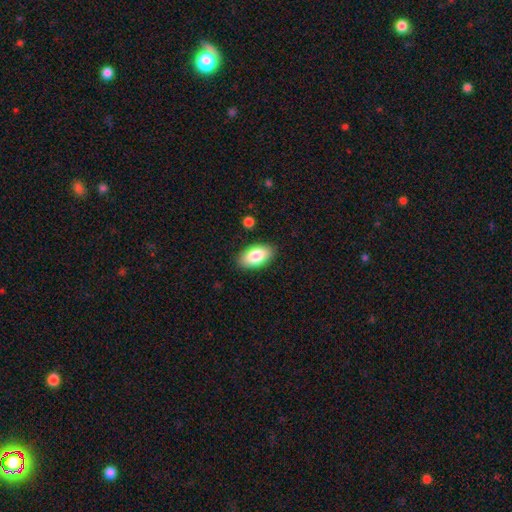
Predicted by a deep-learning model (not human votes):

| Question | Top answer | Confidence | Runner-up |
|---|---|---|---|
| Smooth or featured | smooth | 82% | featured or disk (11%) |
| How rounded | in between | 93% | round (4%) |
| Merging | none | 87% | minor disturbance (9%) |